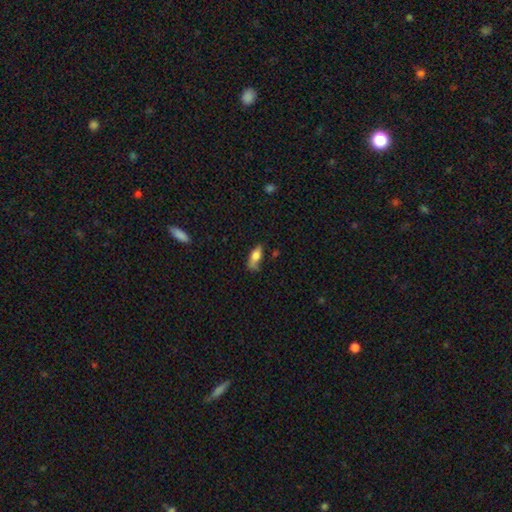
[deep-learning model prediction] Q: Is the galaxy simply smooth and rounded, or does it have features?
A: smooth — 70%.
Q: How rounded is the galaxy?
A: in between — 76%.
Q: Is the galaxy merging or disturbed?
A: none — 45%.